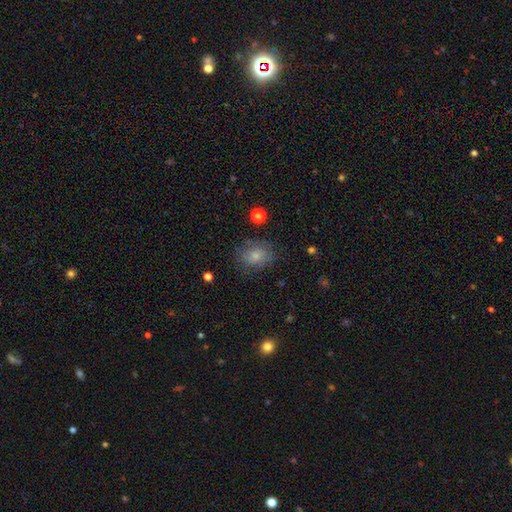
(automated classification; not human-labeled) Smooth or featured? smooth (75%)
How rounded? in between (56%)
Merging? none (72%)